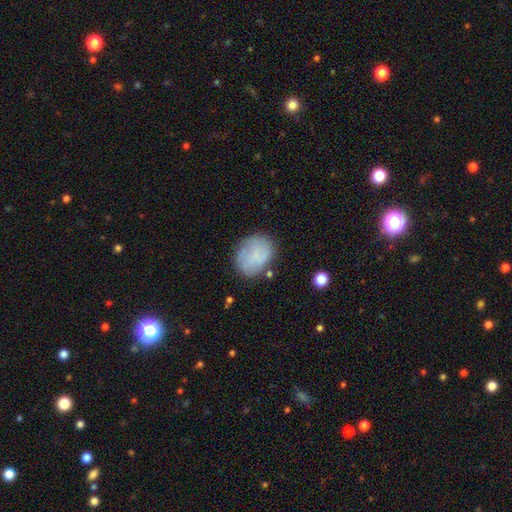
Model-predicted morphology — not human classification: This is likely a smooth galaxy (67%). How rounded: possibly in between (50%). Merging: likely none (67%).